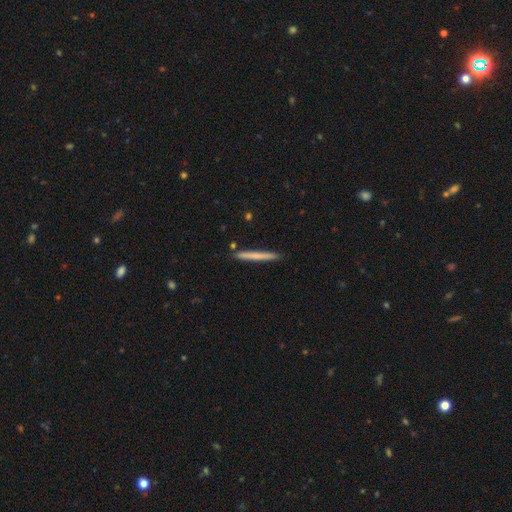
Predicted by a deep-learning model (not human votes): Smooth or featured? Predicted: smooth (p=0.64). How rounded? Predicted: cigar-shaped (p=0.97). Merging? Predicted: none (p=0.90).